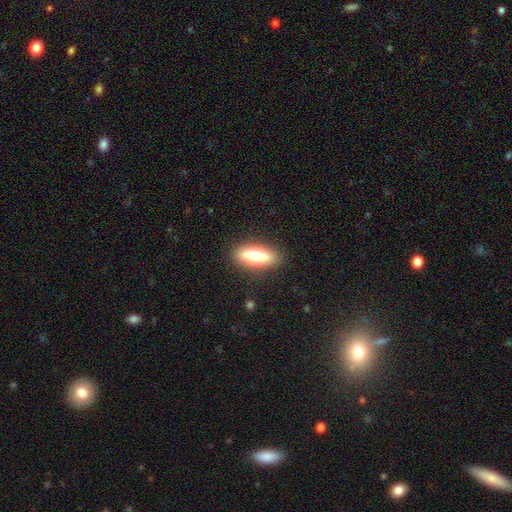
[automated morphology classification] smooth_or_featured: smooth (p=0.70) [alt: featured or disk p=0.24]
how_rounded: in between (p=0.54) [alt: cigar-shaped p=0.44]
merging: none (p=0.88) [alt: minor disturbance p=0.09]